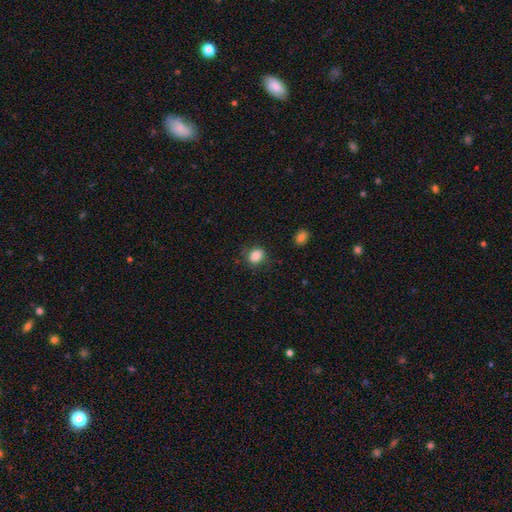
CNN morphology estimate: This is clearly a smooth galaxy (85%). How rounded: possibly round (59%). Merging: likely none (80%).